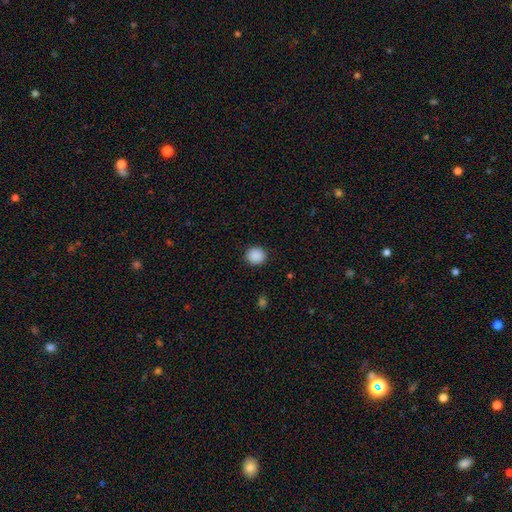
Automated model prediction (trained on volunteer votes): Smooth or featured? Predicted: smooth (p=0.89). How rounded? Predicted: round (p=0.88). Merging? Predicted: none (p=0.91).